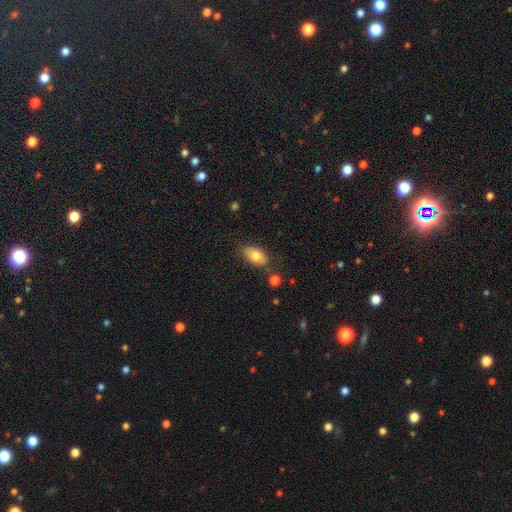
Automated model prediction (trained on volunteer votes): smooth 77%, featured or disk 15%, star or artifact 7%. Down the decision tree: how rounded — in between (91%); merging — none (77%).